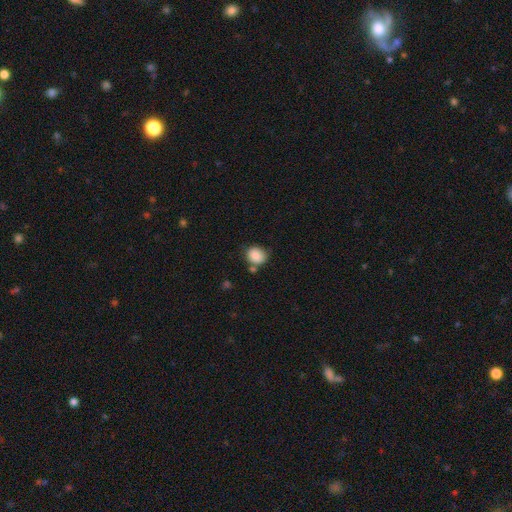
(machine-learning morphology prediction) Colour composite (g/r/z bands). It shows a smooth galaxy with no disk features (87%) that is round (63%). Merging: none (65%).